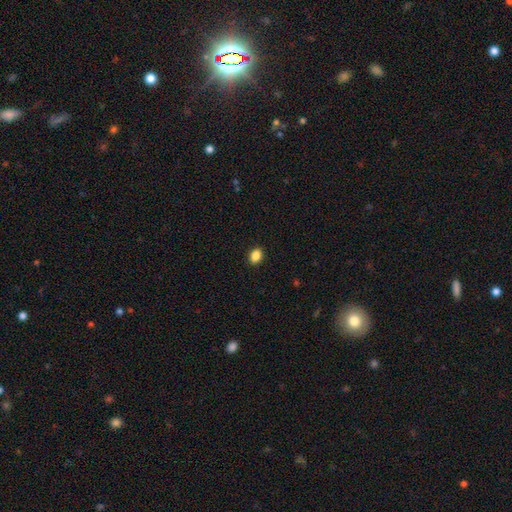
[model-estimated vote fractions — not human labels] The model was most divided on "how rounded": in between: 67%, round: 32%, cigar-shaped: 1%. More confident: merging — none (91%); smooth or featured — smooth (87%).